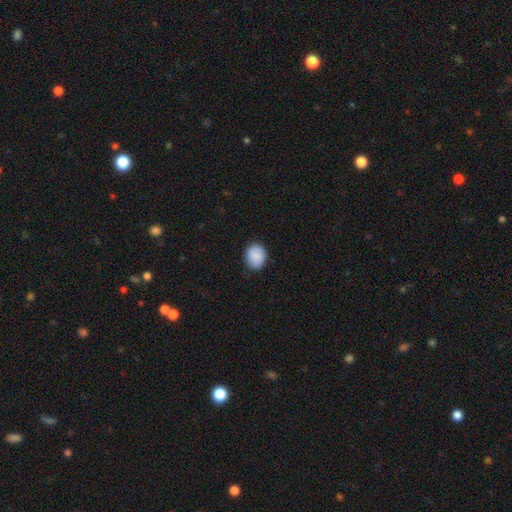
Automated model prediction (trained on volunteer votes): Smooth or featured? smooth (89%)
How rounded? round (51%)
Merging? none (85%)